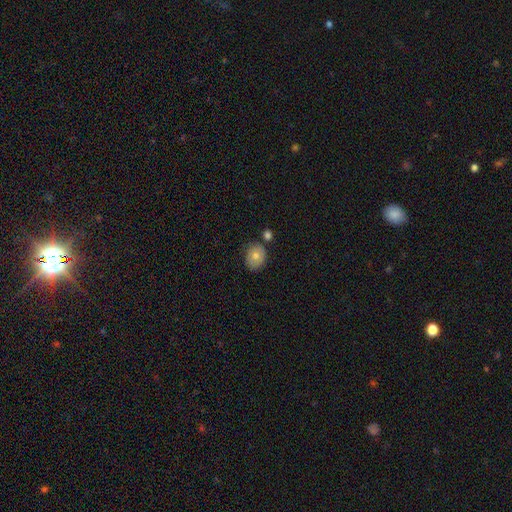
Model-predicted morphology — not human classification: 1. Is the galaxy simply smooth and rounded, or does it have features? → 70% smooth, 21% featured or disk, 9% star or artifact.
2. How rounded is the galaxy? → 53% round, 46% in between, 1% cigar-shaped.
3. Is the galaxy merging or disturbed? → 72% none, 14% minor disturbance, 10% merger, 3% major disturbance.